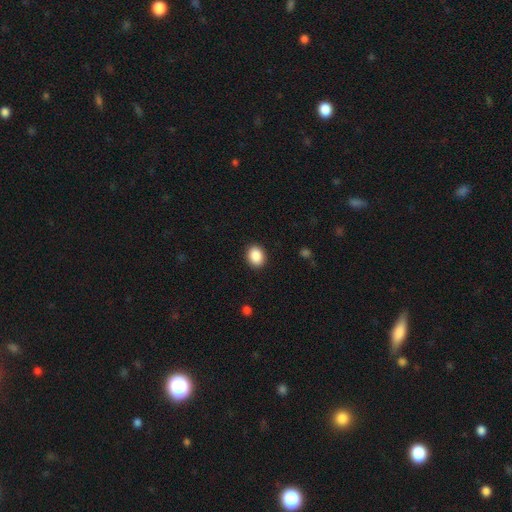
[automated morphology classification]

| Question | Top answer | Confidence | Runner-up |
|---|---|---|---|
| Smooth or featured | smooth | 89% | star or artifact (8%) |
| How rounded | in between | 53% | round (46%) |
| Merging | none | 90% | minor disturbance (7%) |